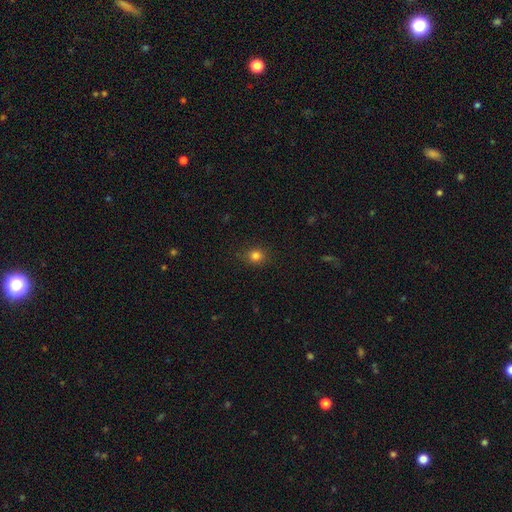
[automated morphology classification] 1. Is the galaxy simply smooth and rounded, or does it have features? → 81% smooth, 14% star or artifact, 5% featured or disk.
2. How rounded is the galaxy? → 76% round, 23% in between, 1% cigar-shaped.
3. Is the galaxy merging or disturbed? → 87% none, 9% minor disturbance, 3% major disturbance, 1% merger.